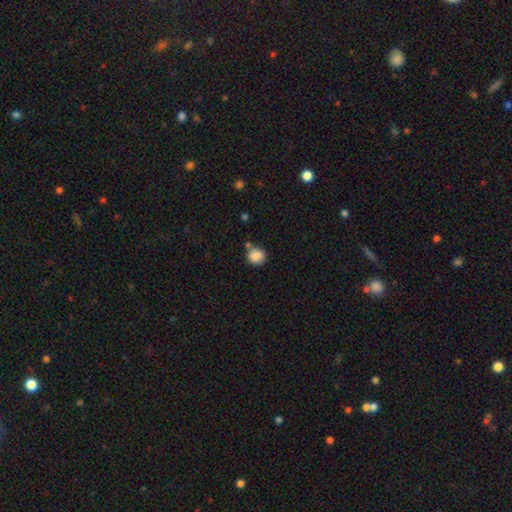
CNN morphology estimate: type=smooth (87%); roundness=round (89%); merging=none (70%).